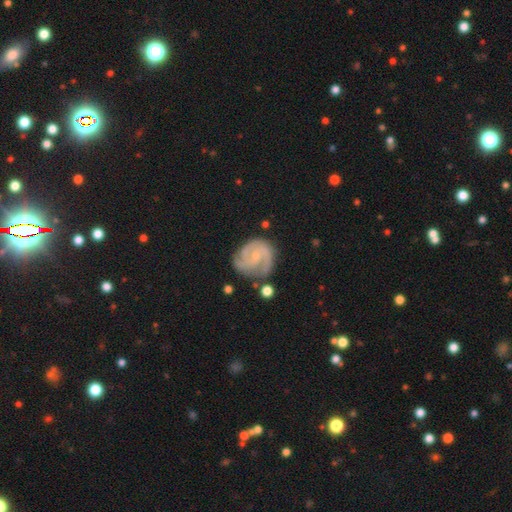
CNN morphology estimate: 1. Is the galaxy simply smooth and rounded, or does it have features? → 85% featured or disk, 10% smooth, 5% star or artifact.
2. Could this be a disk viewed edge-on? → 98% no, 2% yes.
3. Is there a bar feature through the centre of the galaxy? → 57% no, 37% weak, 7% strong.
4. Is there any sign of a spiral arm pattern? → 97% yes, 3% no.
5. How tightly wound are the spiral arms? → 53% tight, 39% medium, 8% loose.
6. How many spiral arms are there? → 44% 2, 33% 3, 12% can't tell, 5% 4, 4% 1, 3% more than 4.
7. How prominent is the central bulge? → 71% small, 16% moderate, 11% none, 1% large, 1% dominant.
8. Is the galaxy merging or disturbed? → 68% none, 20% minor disturbance, 8% major disturbance, 4% merger.